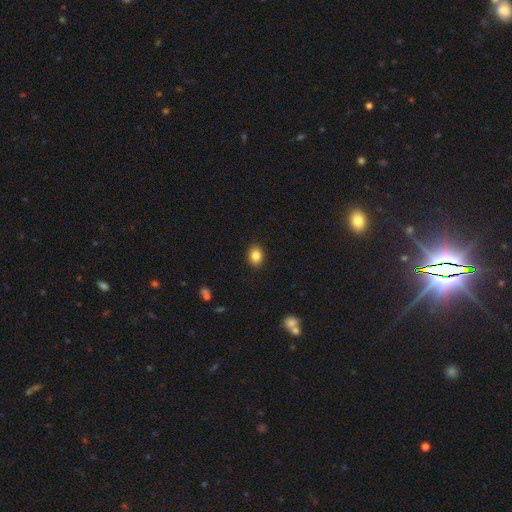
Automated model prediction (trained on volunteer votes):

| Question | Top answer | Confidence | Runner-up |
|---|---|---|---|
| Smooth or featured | smooth | 85% | star or artifact (9%) |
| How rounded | in between | 54% | round (45%) |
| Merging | none | 89% | minor disturbance (8%) |